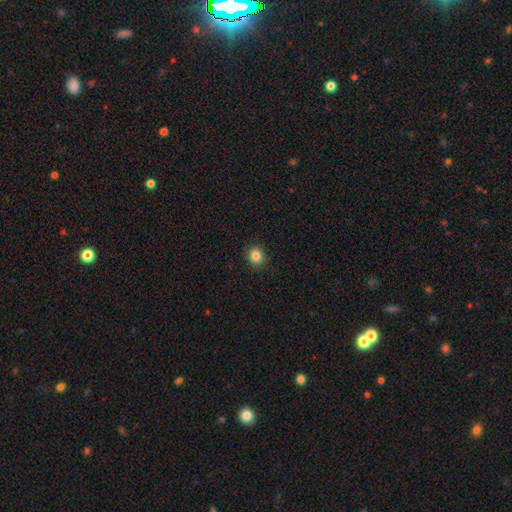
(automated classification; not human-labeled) A smooth galaxy with no disk features (85%) that is round (83%). Merging: none (89%).